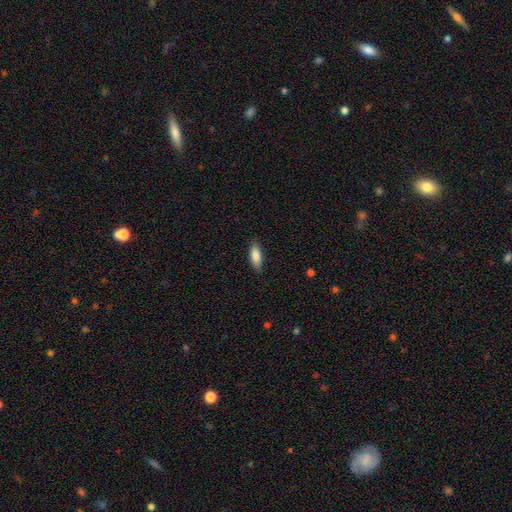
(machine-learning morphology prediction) A smooth galaxy with no disk features (86%) that is in between round and cigar-shaped (71%). Merging: none (86%).